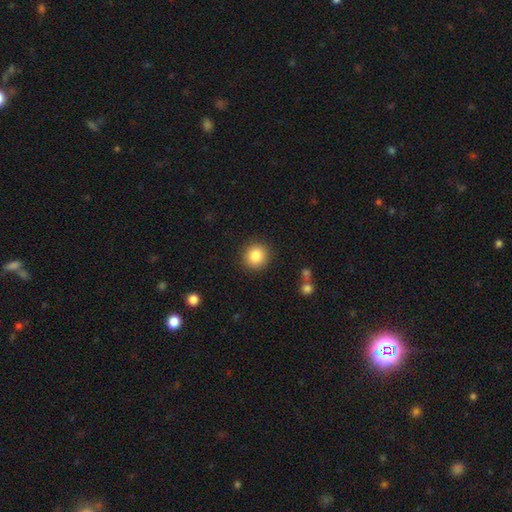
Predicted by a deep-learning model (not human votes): smooth 84%, star or artifact 9%, featured or disk 6%. Down the decision tree: how rounded — round (92%); merging — none (90%).